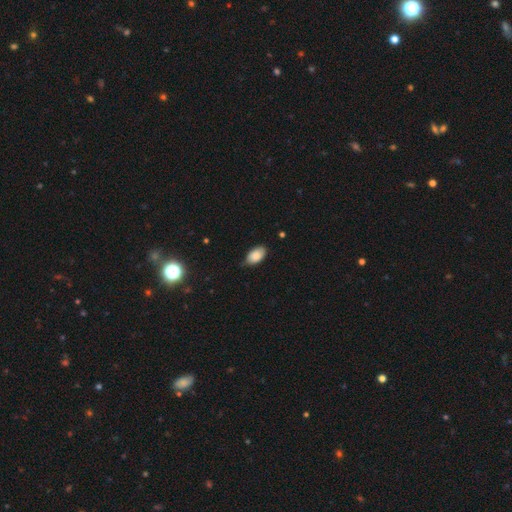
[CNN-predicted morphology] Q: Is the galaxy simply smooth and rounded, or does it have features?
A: smooth — 86%.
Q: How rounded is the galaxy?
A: in between — 94%.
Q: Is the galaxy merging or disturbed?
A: none — 68%.